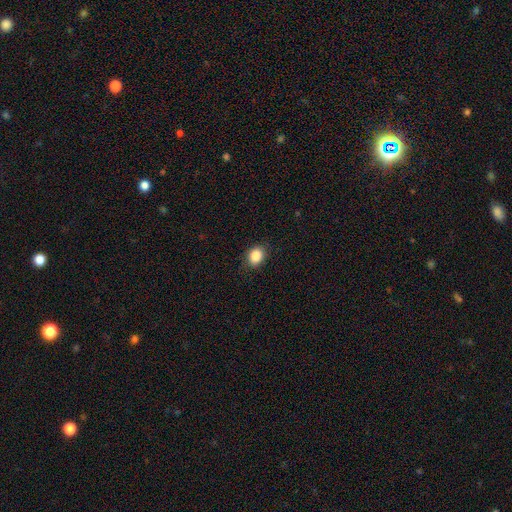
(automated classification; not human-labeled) smooth-or-featured: smooth: 87% | star or artifact: 9% | featured or disk: 4%
  how-rounded: in between: 53% | round: 46% | cigar-shaped: 1%
  merging: none: 85% | minor disturbance: 12% | major disturbance: 3% | merger: 1%